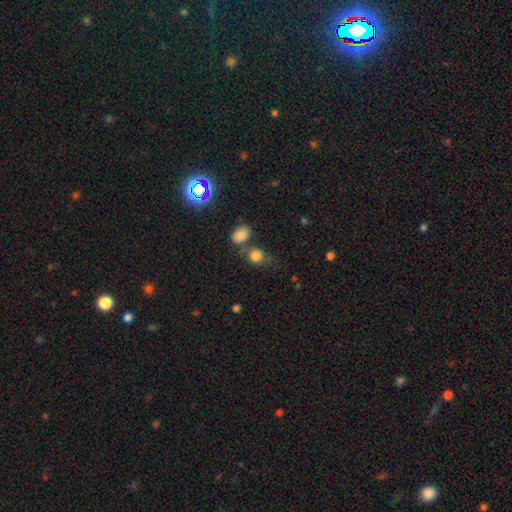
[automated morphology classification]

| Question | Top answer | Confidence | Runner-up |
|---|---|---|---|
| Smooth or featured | smooth | 81% | star or artifact (12%) |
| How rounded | round | 64% | in between (34%) |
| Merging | none | 54% | merger (24%) |